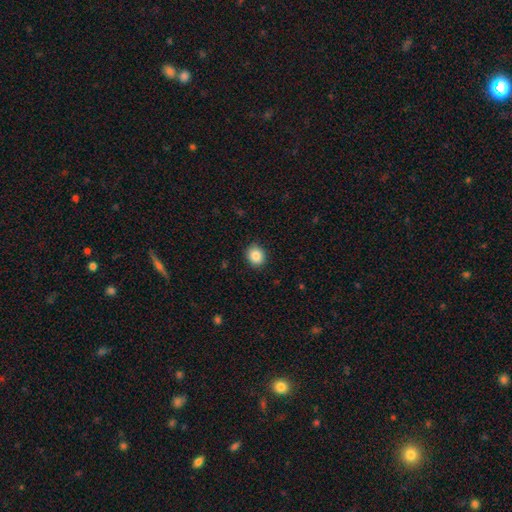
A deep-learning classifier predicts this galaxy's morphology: Q: Smooth or featured?
A: smooth (87%); runner-up: star or artifact (9%)
Q: How rounded?
A: round (73%); runner-up: in between (26%)
Q: Merging?
A: none (89%); runner-up: minor disturbance (8%)